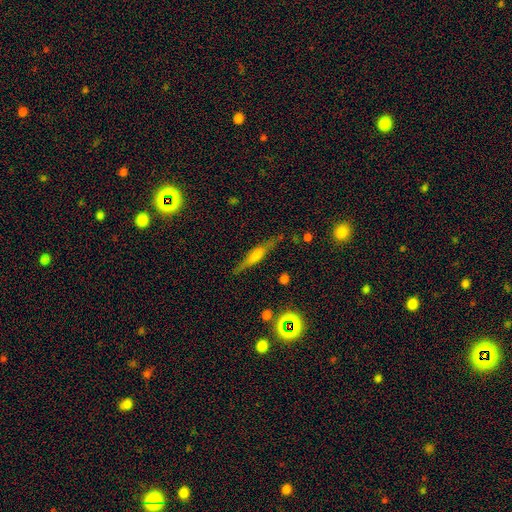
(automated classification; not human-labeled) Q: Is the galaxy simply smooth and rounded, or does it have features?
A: featured or disk — 53%.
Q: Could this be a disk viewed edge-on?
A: yes — 93%.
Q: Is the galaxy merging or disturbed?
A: none — 80%.